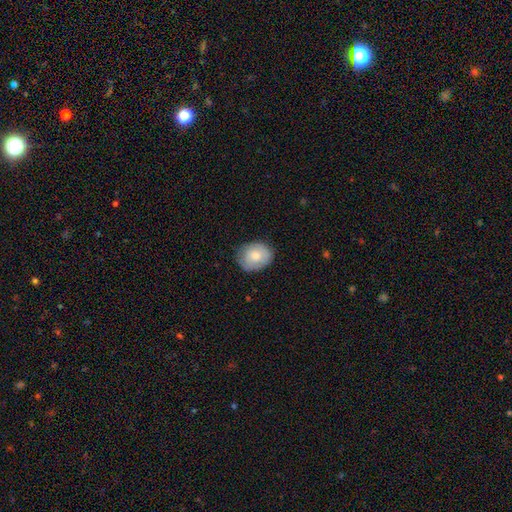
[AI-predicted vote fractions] Smooth or featured: smooth — 74% (featured or disk — 19%)
How rounded: round — 57% (in between — 42%)
Merging: none — 76% (minor disturbance — 19%)